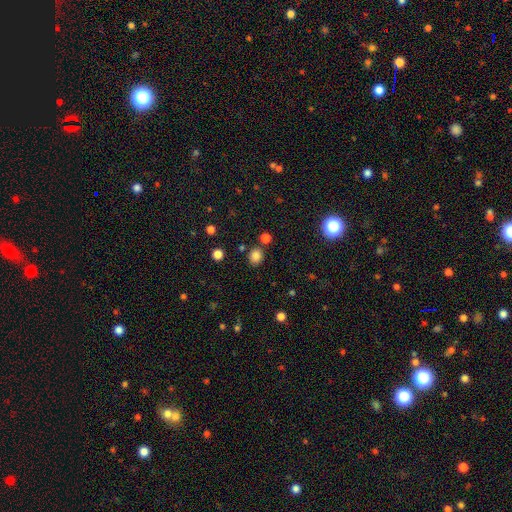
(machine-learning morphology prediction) A smooth galaxy with no disk features (81%) that is round (68%).

Vote fractions:
- Smooth or featured? smooth: 81% / star or artifact: 14% / featured or disk: 5%
- How rounded? round: 68% / in between: 31% / cigar-shaped: 1%
- Merging? none: 82% / minor disturbance: 9% / merger: 7% / major disturbance: 3%